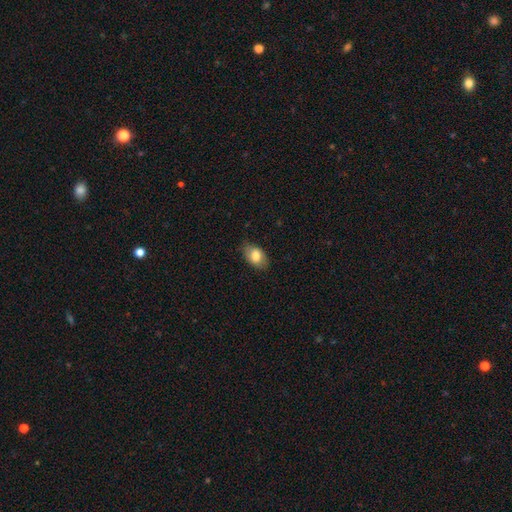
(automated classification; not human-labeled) smooth_or_featured: smooth (p=0.80) [alt: featured or disk p=0.13]
how_rounded: in between (p=0.88) [alt: round p=0.11]
merging: none (p=0.78) [alt: minor disturbance p=0.17]